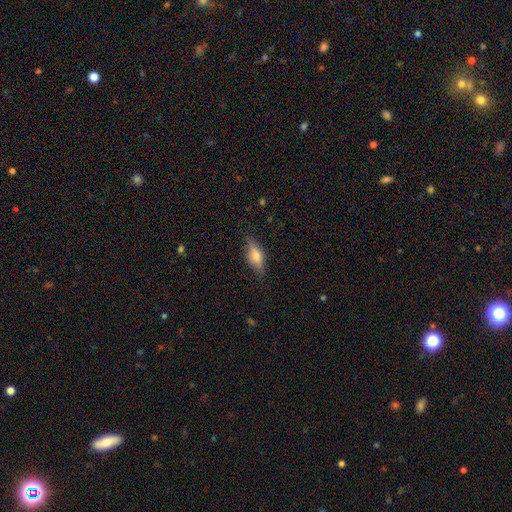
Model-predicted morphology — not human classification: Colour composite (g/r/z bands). It shows a smooth galaxy with no disk features (54%) that is in between round and cigar-shaped (64%). Merging: none (80%).